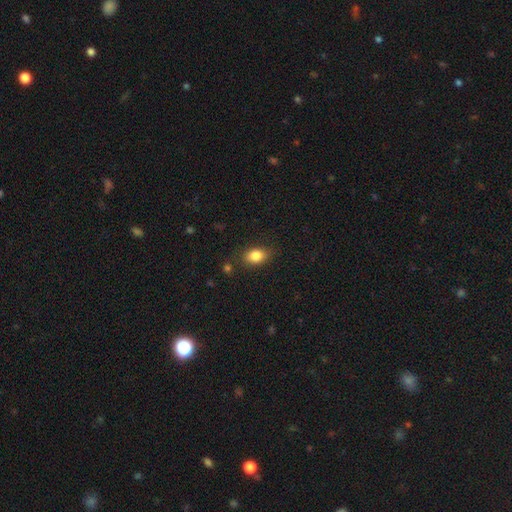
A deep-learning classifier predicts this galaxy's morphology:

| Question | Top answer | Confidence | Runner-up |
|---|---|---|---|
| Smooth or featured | smooth | 84% | star or artifact (9%) |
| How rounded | in between | 79% | round (19%) |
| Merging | none | 80% | minor disturbance (14%) |